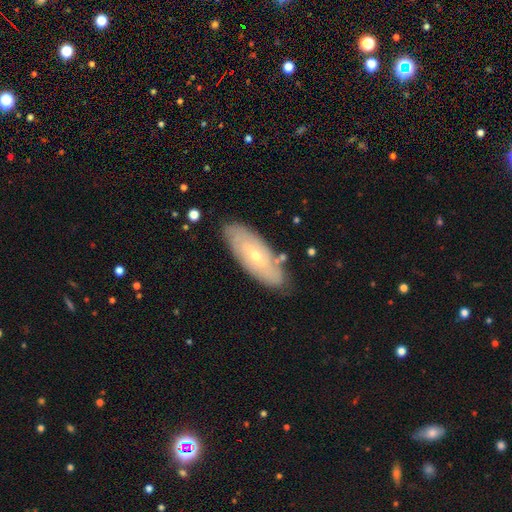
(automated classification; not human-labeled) featured or disk 65%, smooth 29%, star or artifact 6%. Down the decision tree: edge-on disk — no (84%); bar — no (71%); spiral arms — yes (70%); bulge size — small (65%); merging — none (81%).